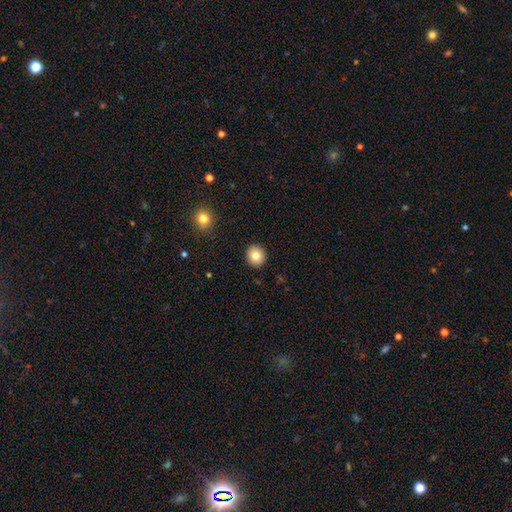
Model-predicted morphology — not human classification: Smooth or featured: smooth — 81% (star or artifact — 10%)
How rounded: round — 85% (in between — 15%)
Merging: none — 92% (minor disturbance — 6%)